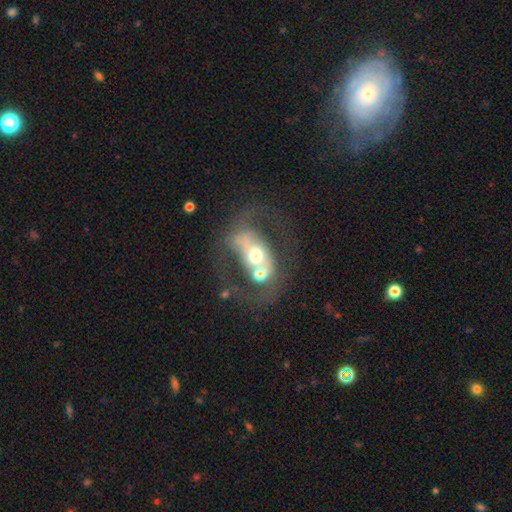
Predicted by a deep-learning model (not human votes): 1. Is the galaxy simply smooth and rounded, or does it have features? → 58% featured or disk, 31% smooth, 10% star or artifact.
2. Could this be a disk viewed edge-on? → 94% no, 6% yes.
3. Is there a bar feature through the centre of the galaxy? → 68% no, 19% weak, 13% strong.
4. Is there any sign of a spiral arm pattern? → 54% no, 46% yes.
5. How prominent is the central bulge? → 66% moderate, 17% large, 11% small, 4% dominant, 2% none.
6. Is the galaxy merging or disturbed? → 42% merger, 27% none, 19% major disturbance, 13% minor disturbance.